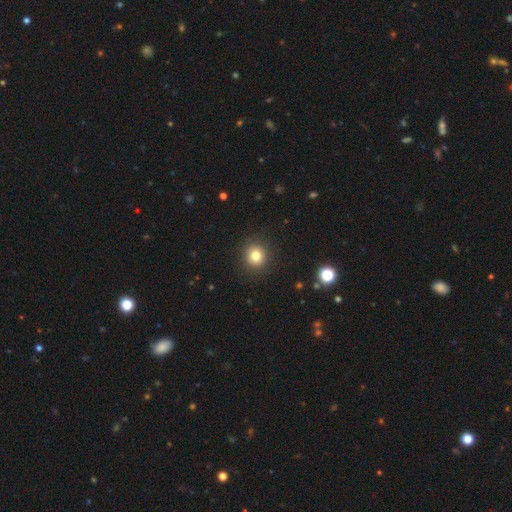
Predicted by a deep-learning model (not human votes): This appears to be a smooth galaxy with no disk features (80%) that is round (90%). Merging: none (91%).